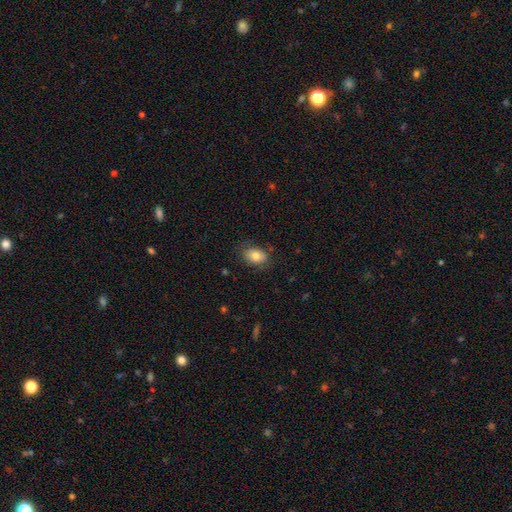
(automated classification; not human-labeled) smooth 80%, featured or disk 12%, star or artifact 8%. Down the decision tree: how rounded — in between (77%); merging — none (76%).